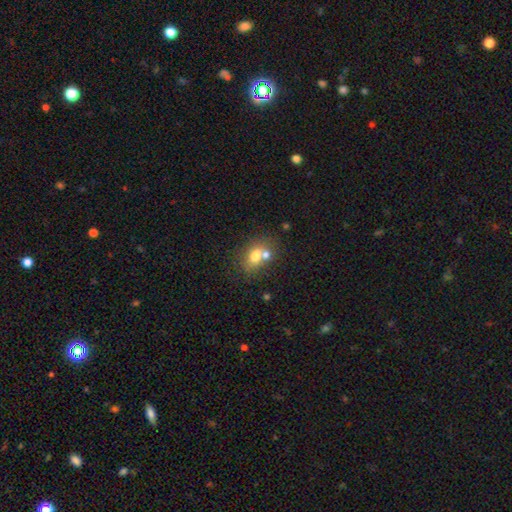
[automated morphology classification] smooth 69%, featured or disk 20%, star or artifact 11%. Down the decision tree: how rounded — in between (61%); merging — merger (43%).